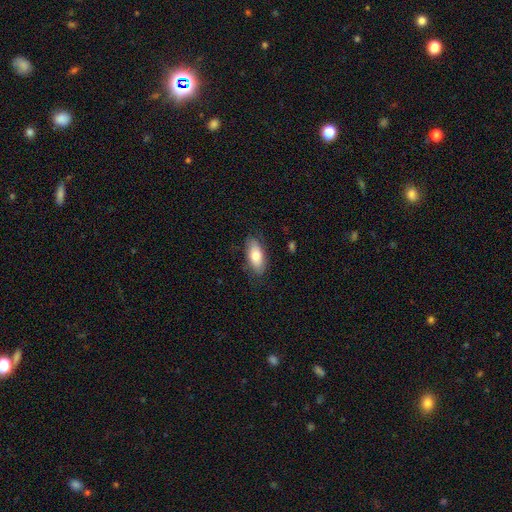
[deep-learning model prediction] Smooth or featured: smooth — 75% (featured or disk — 19%)
How rounded: in between — 86% (cigar-shaped — 11%)
Merging: none — 80% (minor disturbance — 15%)